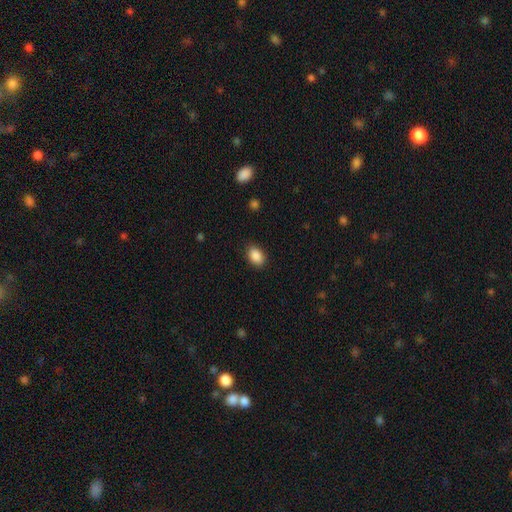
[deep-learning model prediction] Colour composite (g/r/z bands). It shows a smooth galaxy with no disk features (89%) that is in between round and cigar-shaped (81%). Merging: none (88%).